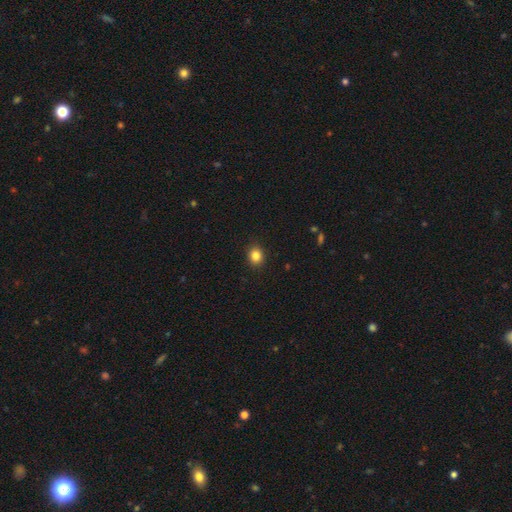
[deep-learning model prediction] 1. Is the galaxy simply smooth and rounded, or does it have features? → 85% smooth, 11% star or artifact, 5% featured or disk.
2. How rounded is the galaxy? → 67% round, 32% in between, 1% cigar-shaped.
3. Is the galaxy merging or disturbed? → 90% none, 7% minor disturbance, 2% major disturbance, 1% merger.